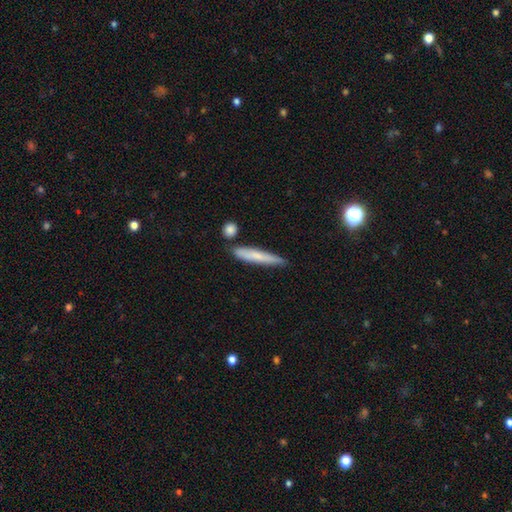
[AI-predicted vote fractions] This appears to be a smooth galaxy with no disk features (66%) that is cigar-shaped (93%). Merging: none (75%).